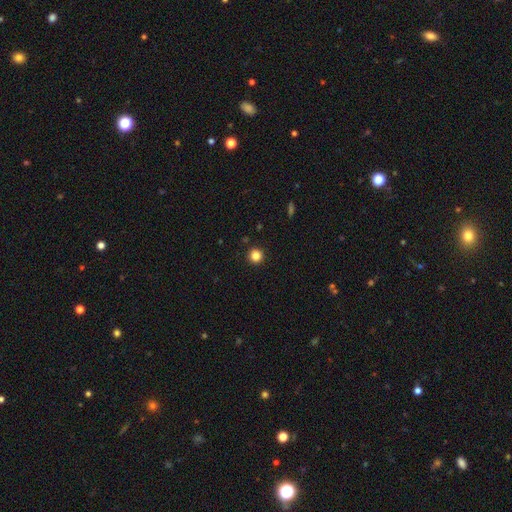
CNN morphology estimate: Overall: smooth (84%). How rounded: round (96%). Merging: none (93%).